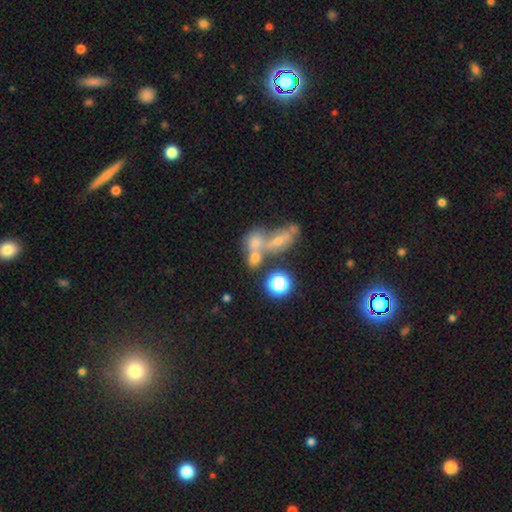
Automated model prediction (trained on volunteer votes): A smooth galaxy with no disk features (40%). Merging: merger (56%).